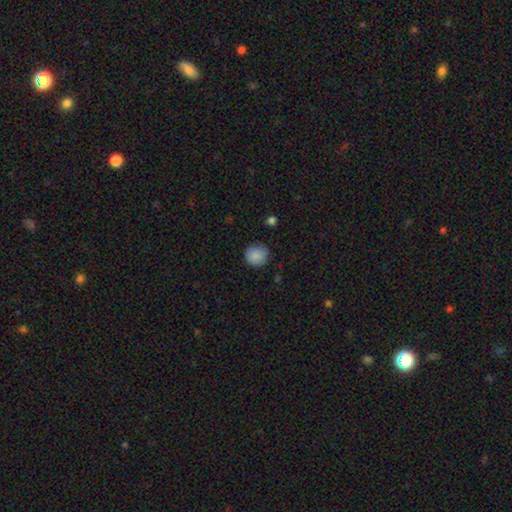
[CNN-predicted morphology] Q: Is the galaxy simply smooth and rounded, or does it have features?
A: smooth — 87%.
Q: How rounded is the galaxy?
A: round — 91%.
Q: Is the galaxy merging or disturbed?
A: none — 81%.